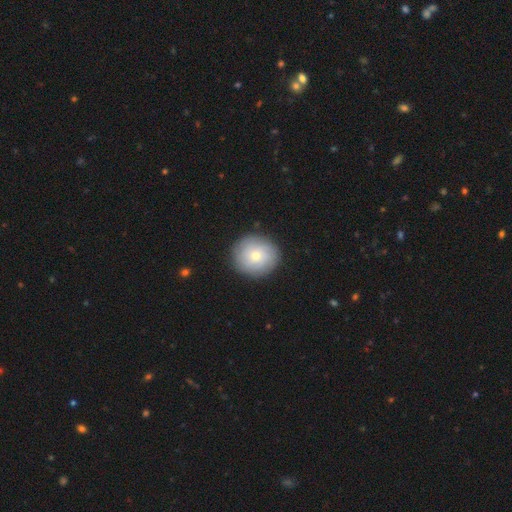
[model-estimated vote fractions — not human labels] smooth-or-featured: smooth: 66% | featured or disk: 27% | star or artifact: 7%
  how-rounded: round: 91% | in between: 8% | cigar-shaped: 1%
  merging: none: 88% | minor disturbance: 8% | major disturbance: 3% | merger: 1%